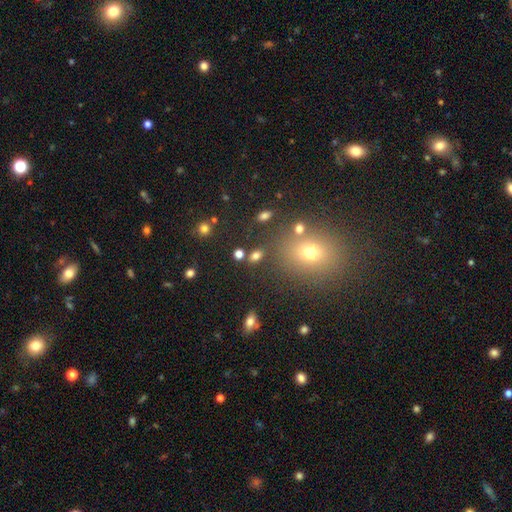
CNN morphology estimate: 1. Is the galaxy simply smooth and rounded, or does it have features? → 73% smooth, 17% star or artifact, 10% featured or disk.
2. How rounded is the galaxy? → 76% in between, 20% round, 4% cigar-shaped.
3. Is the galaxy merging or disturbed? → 74% none, 11% minor disturbance, 10% merger, 5% major disturbance.